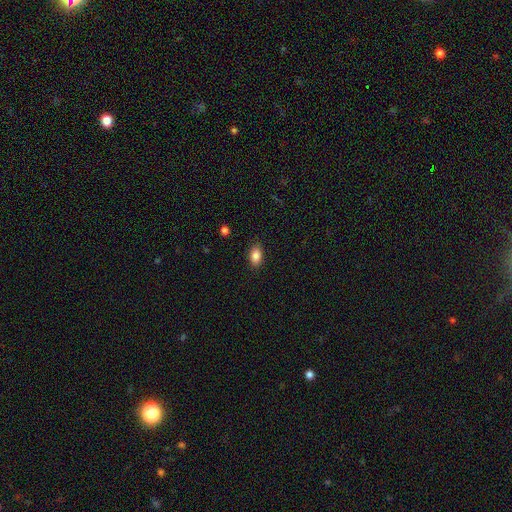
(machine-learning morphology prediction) Smooth or featured? Predicted: smooth (p=0.86). How rounded? Predicted: in between (p=0.89). Merging? Predicted: none (p=0.88).